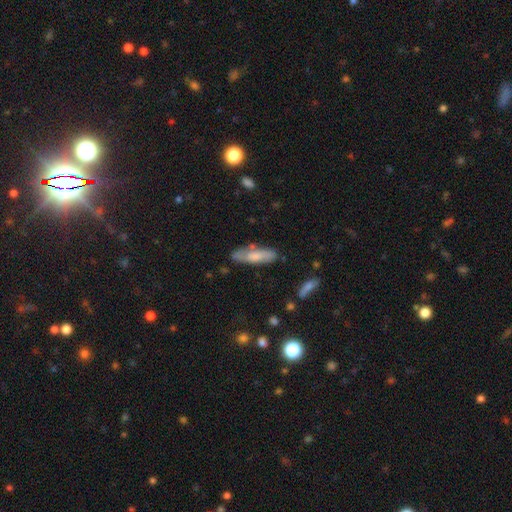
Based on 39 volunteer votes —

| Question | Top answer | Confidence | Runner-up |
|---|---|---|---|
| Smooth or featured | smooth | 62% | featured or disk (36%) |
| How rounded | cigar-shaped | 67% | in between (25%) |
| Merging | none | 82% | minor disturbance (13%) |